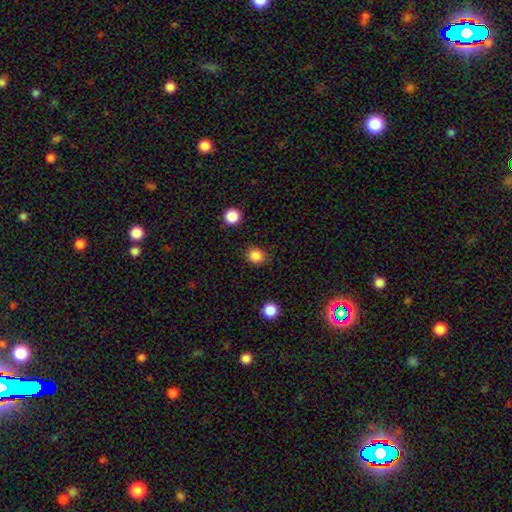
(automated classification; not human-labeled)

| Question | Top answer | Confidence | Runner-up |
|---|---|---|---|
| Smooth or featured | smooth | 85% | star or artifact (12%) |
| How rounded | round | 83% | in between (16%) |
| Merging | none | 86% | minor disturbance (9%) |